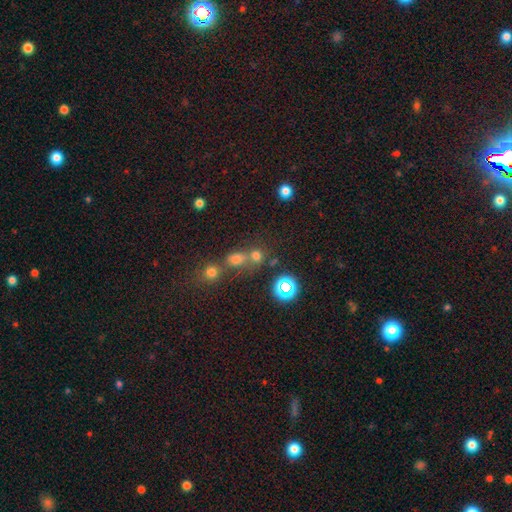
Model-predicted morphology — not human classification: A smooth galaxy with no disk features (52%) that is round (80%).

Vote fractions:
- Smooth or featured? smooth: 52% / star or artifact: 36% / featured or disk: 13%
- How rounded? round: 80% / in between: 17% / cigar-shaped: 3%
- Merging? none: 47% / merger: 42% / minor disturbance: 7% / major disturbance: 4%